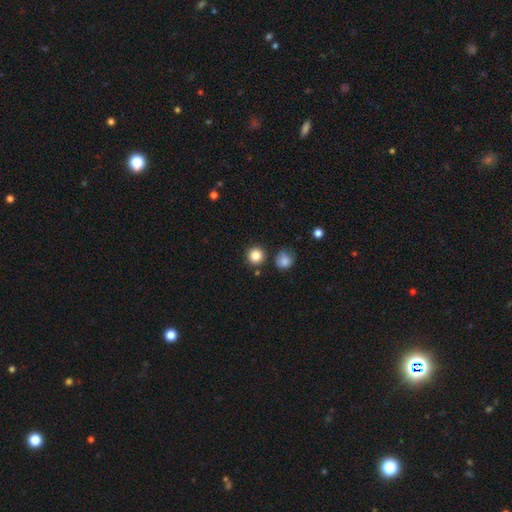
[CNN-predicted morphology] smooth_or_featured: smooth (p=0.85) [alt: star or artifact p=0.11]
how_rounded: round (p=0.94) [alt: in between p=0.05]
merging: none (p=0.86) [alt: minor disturbance p=0.07]